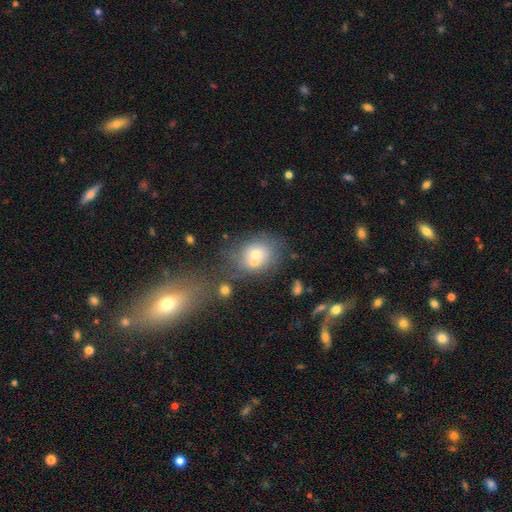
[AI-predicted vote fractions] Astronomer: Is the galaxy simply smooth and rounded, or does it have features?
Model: smooth — 63%.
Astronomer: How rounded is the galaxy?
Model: round — 59% (runner-up: in between, 40%).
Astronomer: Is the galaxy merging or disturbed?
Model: merger — 41% (runner-up: none, 38%).